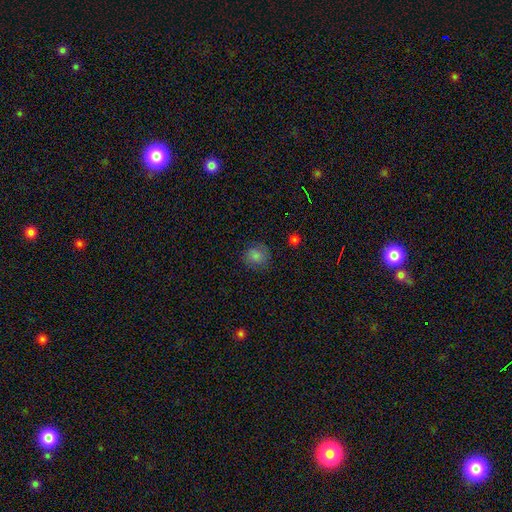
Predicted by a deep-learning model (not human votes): The model was most divided on "smooth or featured": smooth: 75%, star or artifact: 16%, featured or disk: 9%. More confident: how rounded — round (85%); merging — none (81%).